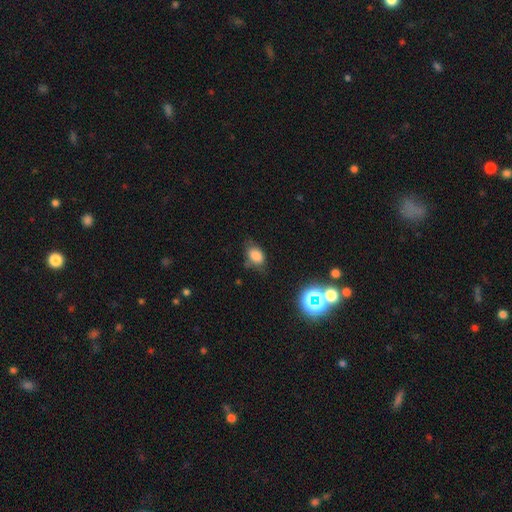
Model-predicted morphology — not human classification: A smooth galaxy with no disk features (77%) that is in between round and cigar-shaped (78%). Merging: none (61%).